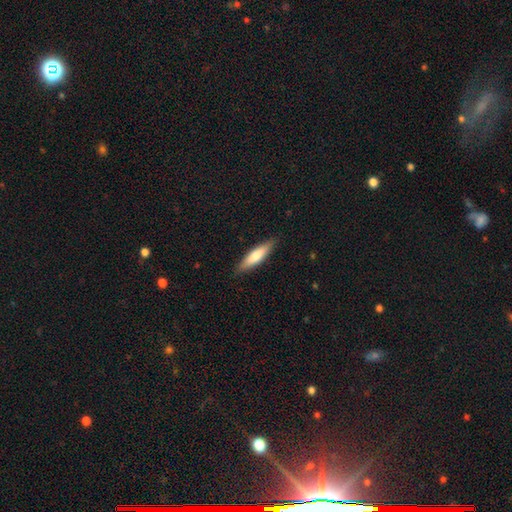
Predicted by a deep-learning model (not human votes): This is likely a smooth galaxy (69%). How rounded: likely cigar-shaped (73%). Merging: clearly none (88%).